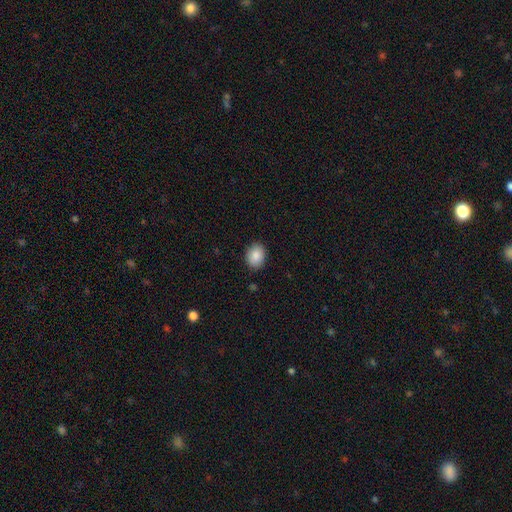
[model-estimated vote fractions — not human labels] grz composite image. It shows a smooth galaxy with no disk features (88%) that is in between round and cigar-shaped (55%). Merging: none (88%).